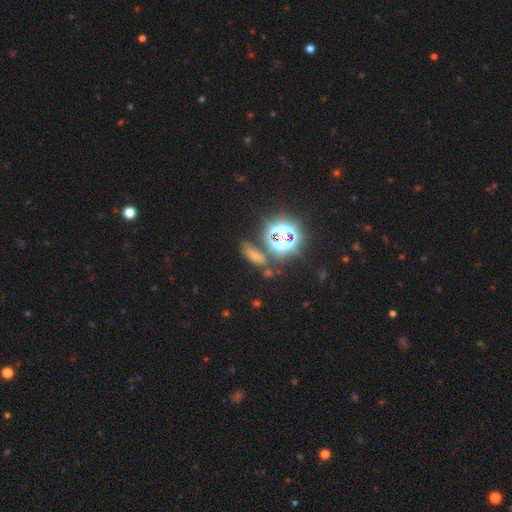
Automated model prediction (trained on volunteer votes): This is marginally a smooth galaxy (44%). Merging: likely none (67%).